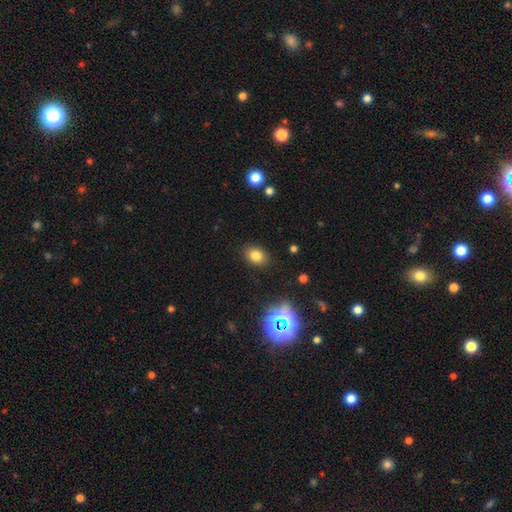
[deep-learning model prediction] smooth_or_featured: smooth (p=0.78) [alt: star or artifact p=0.14]
how_rounded: in between (p=0.66) [alt: round p=0.33]
merging: none (p=0.88) [alt: minor disturbance p=0.09]